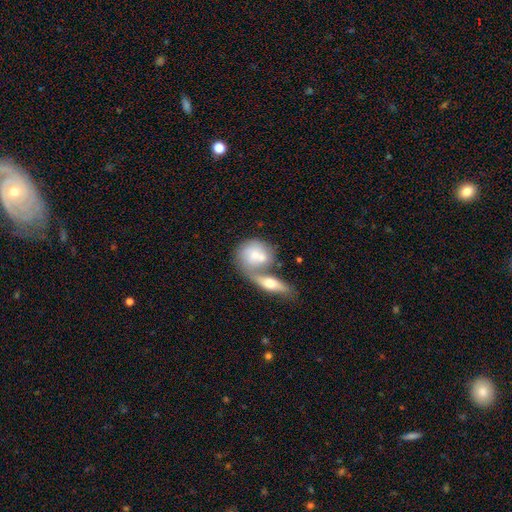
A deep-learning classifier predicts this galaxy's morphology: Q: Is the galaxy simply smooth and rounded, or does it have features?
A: smooth — 60%.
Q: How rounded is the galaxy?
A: round — 58%.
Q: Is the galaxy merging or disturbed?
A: merger — 63%.